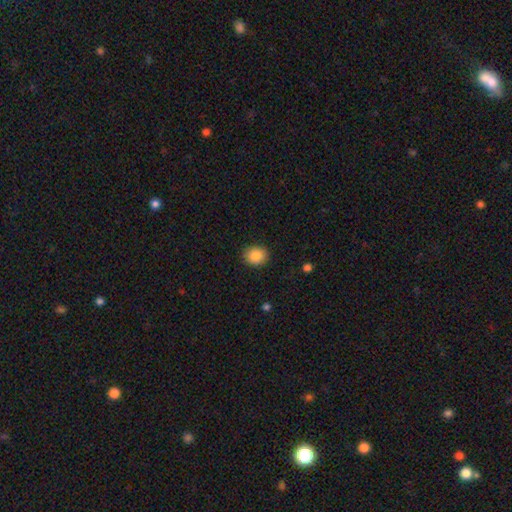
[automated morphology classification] Smooth or featured? smooth (87%)
How rounded? round (68%)
Merging? none (88%)